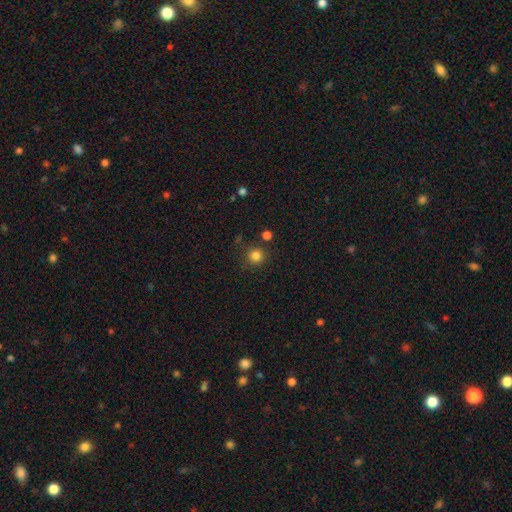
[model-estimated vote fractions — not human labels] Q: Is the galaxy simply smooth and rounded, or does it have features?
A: smooth — 83%.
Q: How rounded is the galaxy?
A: round — 94%.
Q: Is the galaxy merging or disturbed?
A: none — 83%.